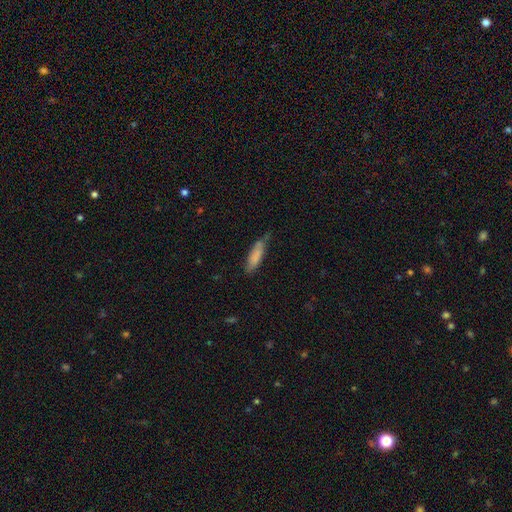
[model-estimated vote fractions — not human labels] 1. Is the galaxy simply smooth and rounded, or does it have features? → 81% smooth, 13% featured or disk, 7% star or artifact.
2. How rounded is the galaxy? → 56% cigar-shaped, 42% in between, 2% round.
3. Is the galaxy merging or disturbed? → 51% none, 36% minor disturbance, 9% major disturbance, 4% merger.